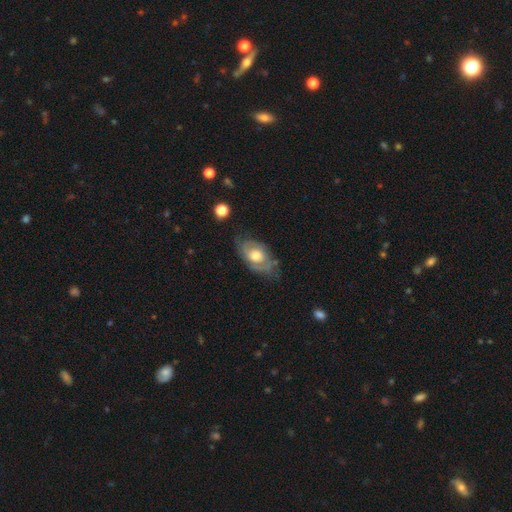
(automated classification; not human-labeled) Overall: featured or disk (67%; smooth 27%). Edge-on disk: no (93%). Bar: no (76%). Spiral arms: yes (72%). Bulge size: moderate (52%; large 35%). Merging: none (62%; minor disturbance 26%).